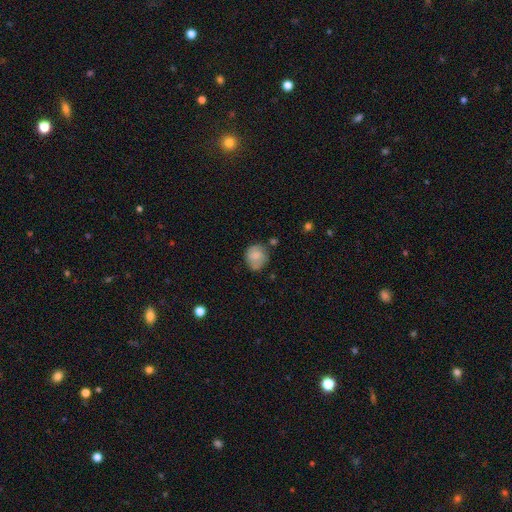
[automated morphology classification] smooth 61%, featured or disk 31%, star or artifact 8%. Down the decision tree: how rounded — round (73%); merging — none (63%).